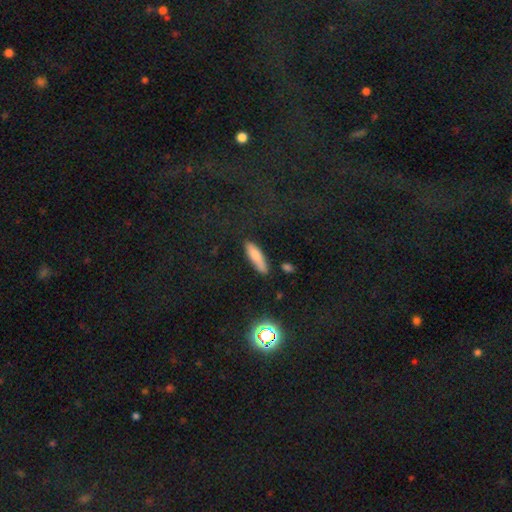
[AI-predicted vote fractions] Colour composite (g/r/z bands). It shows a smooth galaxy with no disk features (78%) that is cigar-shaped (65%). Merging: none (77%).